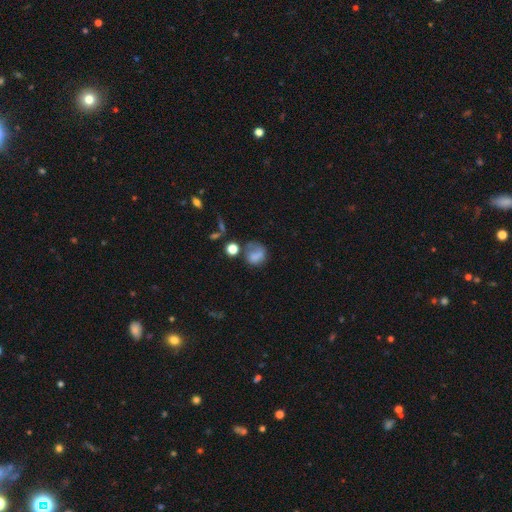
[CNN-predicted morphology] smooth_or_featured: smooth (p=0.70) [alt: featured or disk p=0.17]
how_rounded: round (p=0.60) [alt: in between p=0.39]
merging: none (p=0.36) [alt: major disturbance p=0.27]